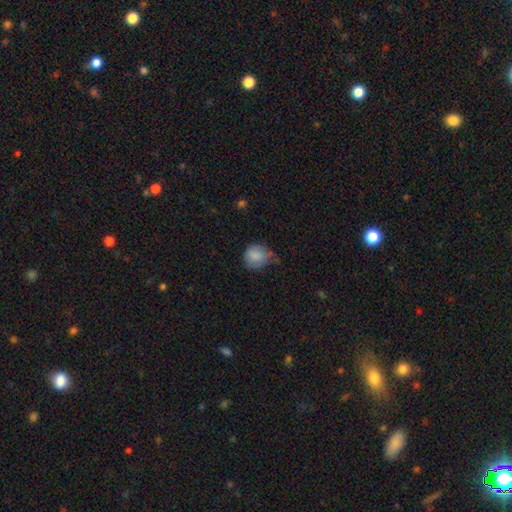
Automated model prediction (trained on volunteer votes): This is clearly a smooth galaxy (83%). How rounded: likely round (78%). Merging: possibly none (46%).